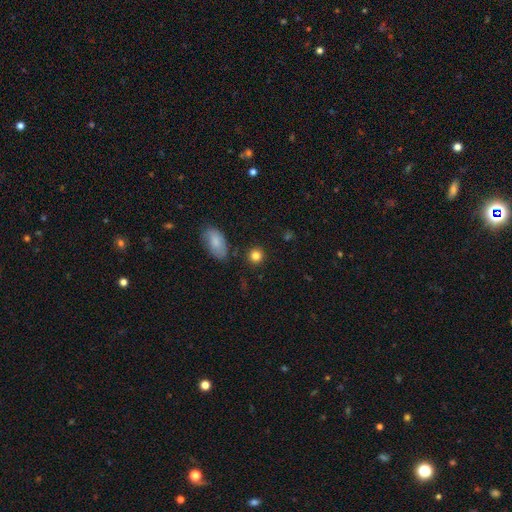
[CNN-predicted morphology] Smooth or featured: smooth — 84% (star or artifact — 10%)
How rounded: round — 87% (in between — 11%)
Merging: none — 86% (minor disturbance — 8%)